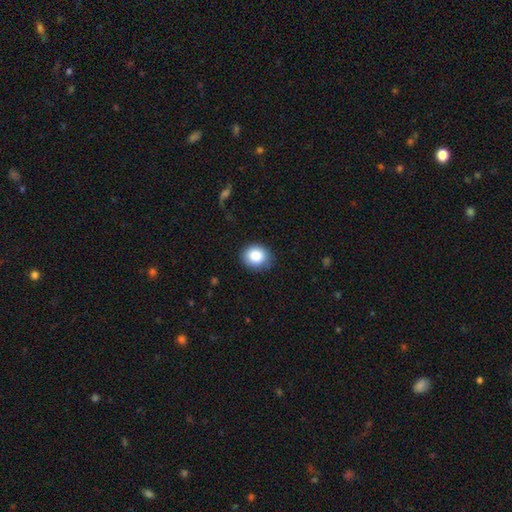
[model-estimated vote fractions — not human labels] Morphology: type=smooth (86%); roundness=round (73%); merging=none (81%).